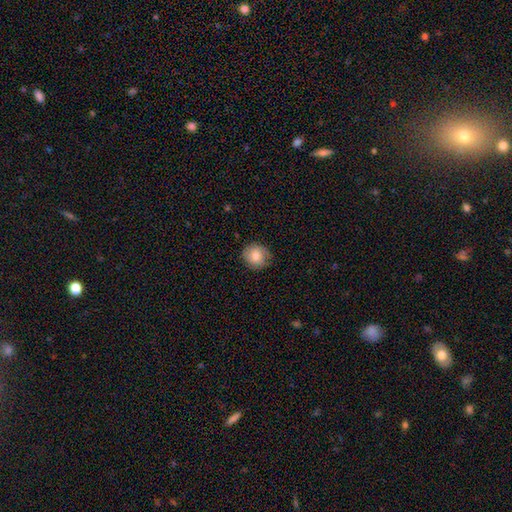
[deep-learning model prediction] Smooth or featured? smooth (80%)
How rounded? round (82%)
Merging? none (81%)